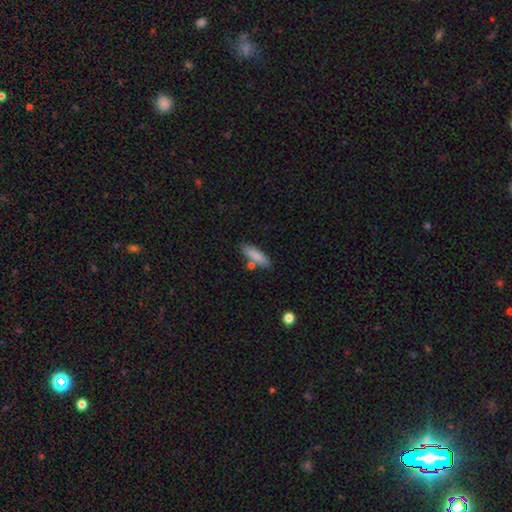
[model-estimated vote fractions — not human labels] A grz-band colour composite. It shows a smooth galaxy with no disk features (84%) that is cigar-shaped (59%). Merging: none (75%).